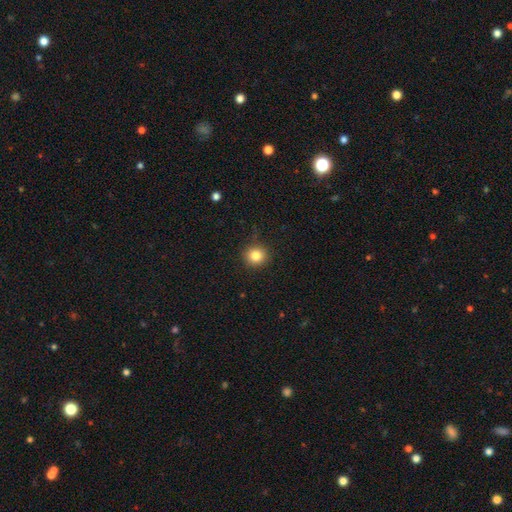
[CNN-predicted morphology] A smooth galaxy with no disk features (83%) that is round (89%). Merging: none (89%).